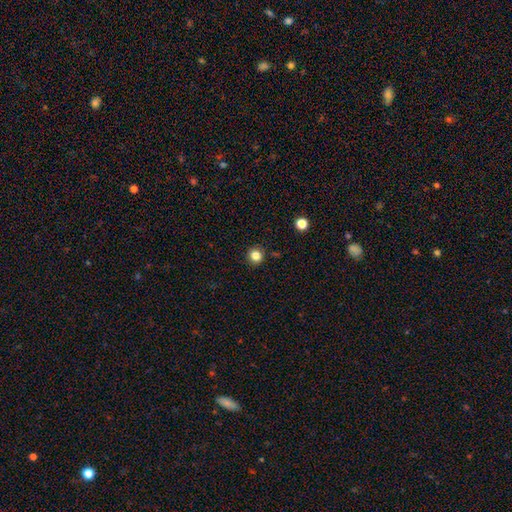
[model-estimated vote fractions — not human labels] smooth-or-featured: smooth: 83% | star or artifact: 12% | featured or disk: 5%
  how-rounded: round: 92% | in between: 7% | cigar-shaped: 1%
  merging: none: 90% | minor disturbance: 6% | major disturbance: 2% | merger: 2%